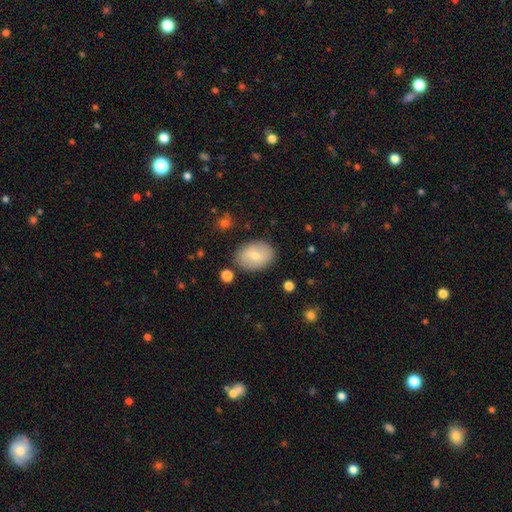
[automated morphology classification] smooth_or_featured: smooth (p=0.67) [alt: featured or disk p=0.26]
how_rounded: in between (p=0.76) [alt: round p=0.23]
merging: none (p=0.83) [alt: minor disturbance p=0.12]